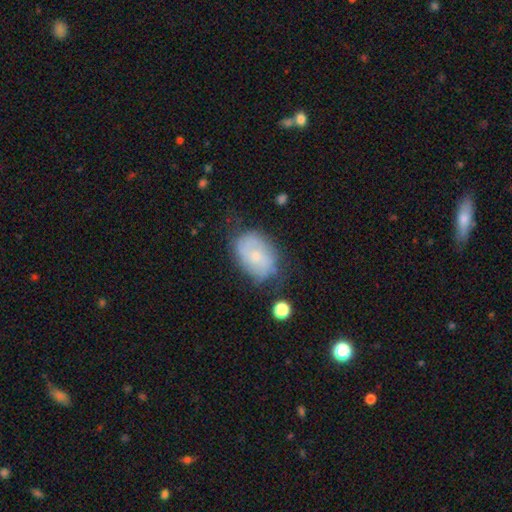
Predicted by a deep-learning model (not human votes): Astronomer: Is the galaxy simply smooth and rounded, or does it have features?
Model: smooth — 52% (runner-up: featured or disk, 40%).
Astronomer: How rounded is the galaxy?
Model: in between — 77%.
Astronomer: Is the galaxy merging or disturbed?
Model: none — 59%.